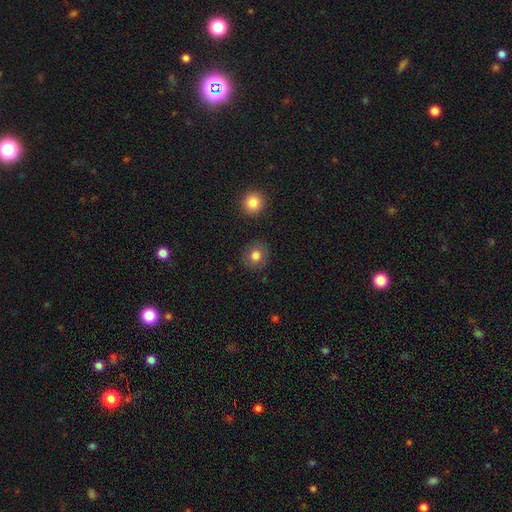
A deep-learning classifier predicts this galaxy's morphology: A smooth galaxy with no disk features (79%) that is round (83%). Merging: none (86%).